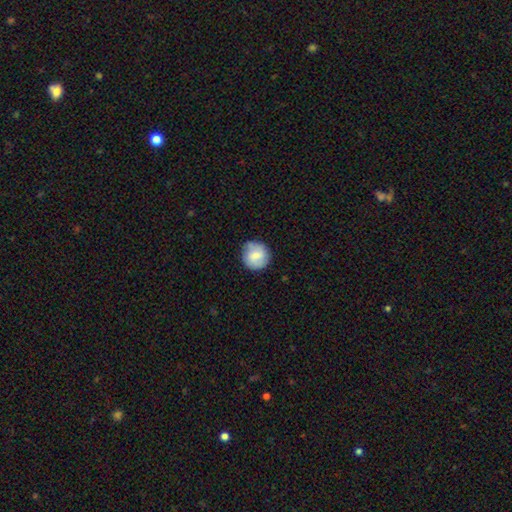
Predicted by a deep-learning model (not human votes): Smooth or featured? smooth (71%)
How rounded? round (93%)
Merging? none (80%)